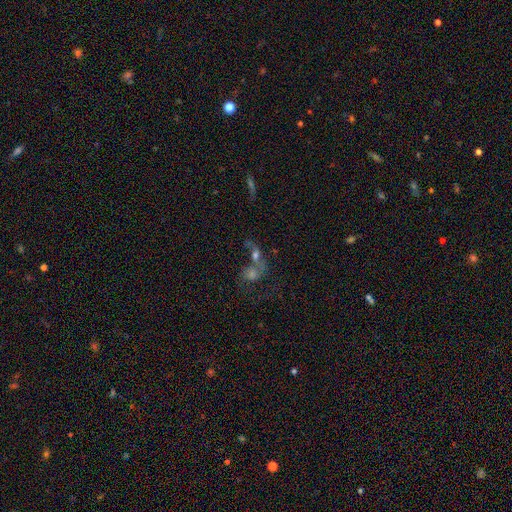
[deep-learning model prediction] Smooth or featured: smooth — 40% (featured or disk — 39%)
Merging: merger — 64% (none — 18%)